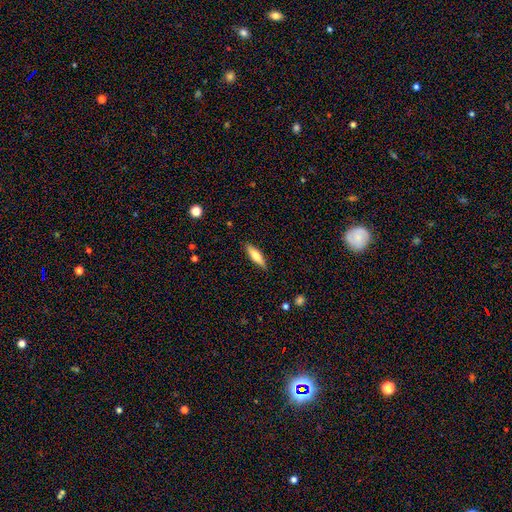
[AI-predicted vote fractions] smooth-or-featured: smooth: 64% | featured or disk: 30% | star or artifact: 6%
  how-rounded: cigar-shaped: 66% | in between: 33% | round: 2%
  merging: none: 88% | minor disturbance: 9% | major disturbance: 2% | merger: 1%